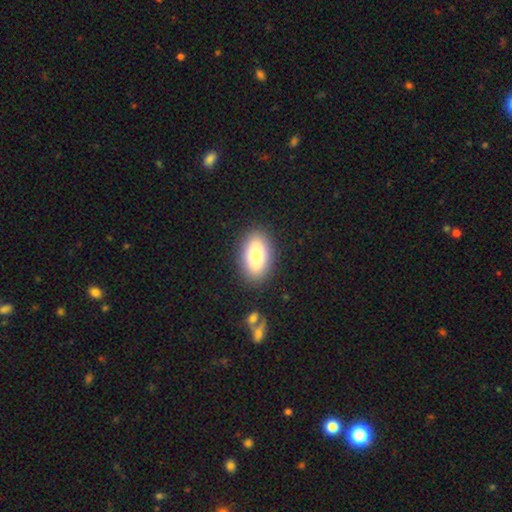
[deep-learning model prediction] smooth-or-featured: smooth: 79% | featured or disk: 13% | star or artifact: 8%
  how-rounded: in between: 90% | round: 8% | cigar-shaped: 2%
  merging: none: 87% | minor disturbance: 8% | major disturbance: 3% | merger: 2%